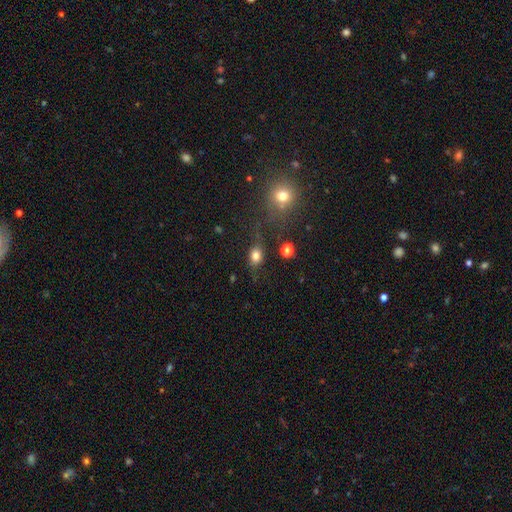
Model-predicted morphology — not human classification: Smooth or featured?
  - smooth: 78% *
  - star or artifact: 13%
  - featured or disk: 9%
How rounded?
  - in between: 63% *
  - round: 35%
  - cigar-shaped: 2%
Merging?
  - none: 69% *
  - minor disturbance: 18%
  - major disturbance: 8%
  - merger: 5%